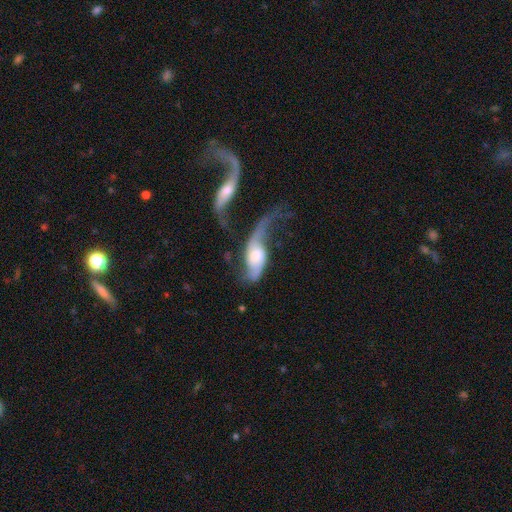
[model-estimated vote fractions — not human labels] This appears to be a featured or disk galaxy (67%) with no bar (63%), spiral arms (83%) and a moderate central bulge (54%). Merging: major disturbance (37%).